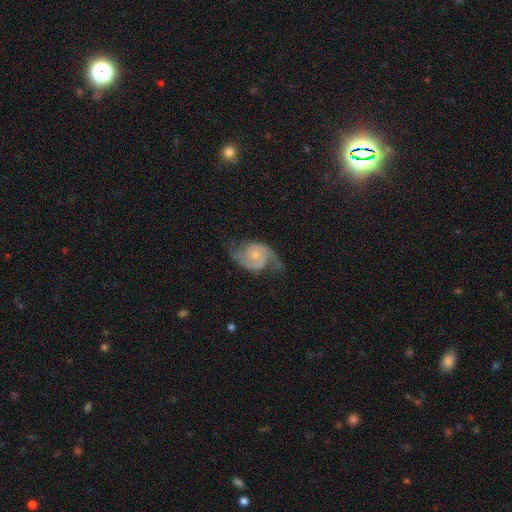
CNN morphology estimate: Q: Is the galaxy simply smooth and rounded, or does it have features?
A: featured or disk — 90%.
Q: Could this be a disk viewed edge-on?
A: no — 98%.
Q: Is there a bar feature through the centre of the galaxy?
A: no — 69%.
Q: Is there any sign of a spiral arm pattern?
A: yes — 98%.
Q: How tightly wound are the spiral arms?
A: medium — 53%.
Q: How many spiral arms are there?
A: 2 — 93%.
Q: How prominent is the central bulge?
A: small — 61%.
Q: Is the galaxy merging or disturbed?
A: none — 71%.